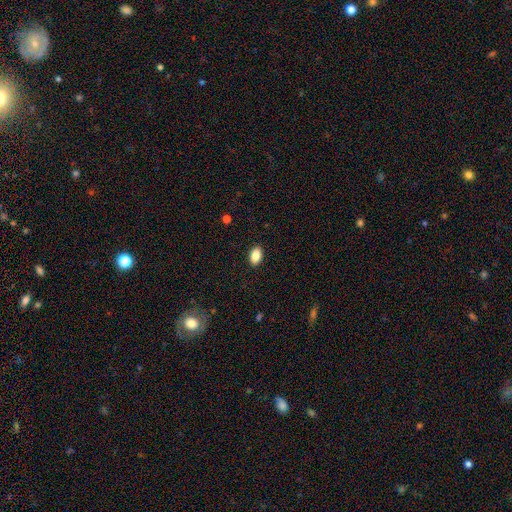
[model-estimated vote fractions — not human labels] smooth 86%, star or artifact 8%, featured or disk 6%. Down the decision tree: how rounded — in between (90%); merging — none (89%).